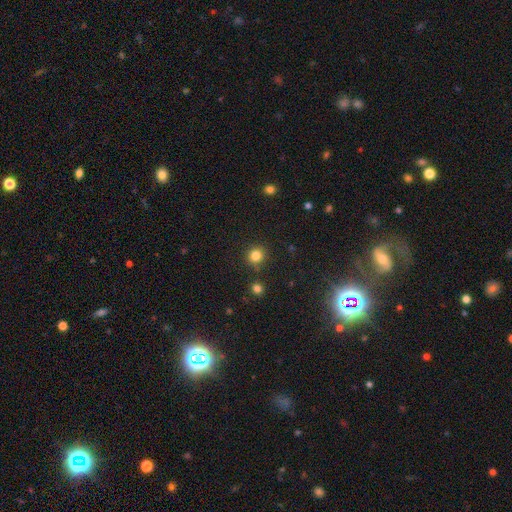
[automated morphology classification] smooth 82%, star or artifact 13%, featured or disk 5%. Down the decision tree: how rounded — round (90%); merging — none (84%).